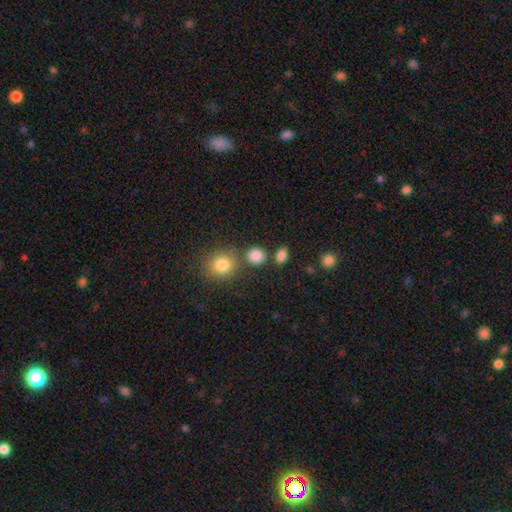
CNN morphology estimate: Overall: smooth (84%). How rounded: round (75%). Merging: none (75%).